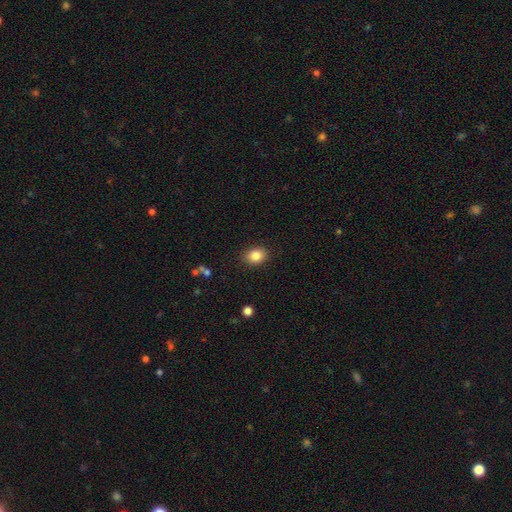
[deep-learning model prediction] This appears to be a smooth galaxy with no disk features (85%) that is in between round and cigar-shaped (58%). Merging: none (88%).